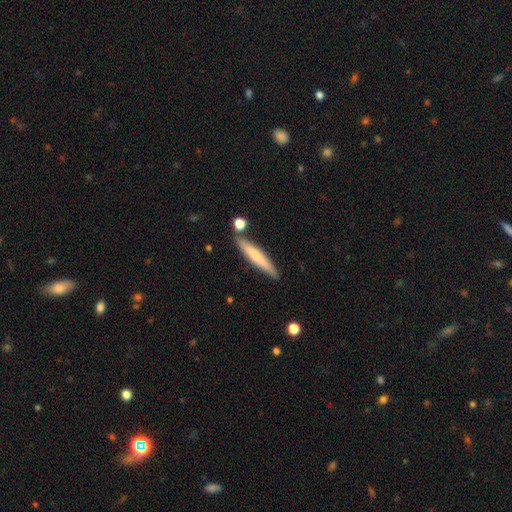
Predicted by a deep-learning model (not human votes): Smooth or featured? Predicted: smooth (p=0.65). How rounded? Predicted: cigar-shaped (p=0.92). Merging? Predicted: none (p=0.82).